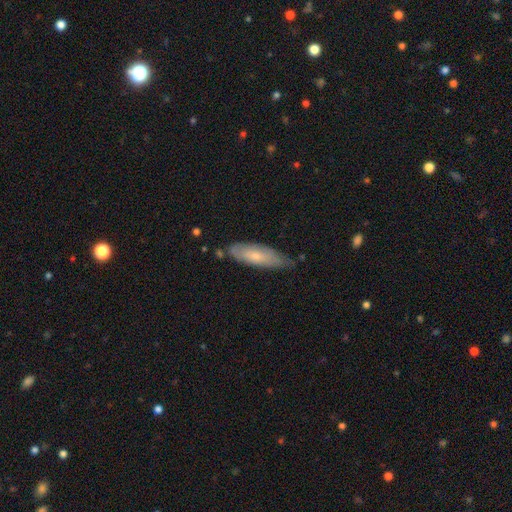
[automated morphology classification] Overall: smooth (60%; featured or disk 34%). How rounded: cigar-shaped (52%; in between 47%). Merging: none (63%; minor disturbance 29%).